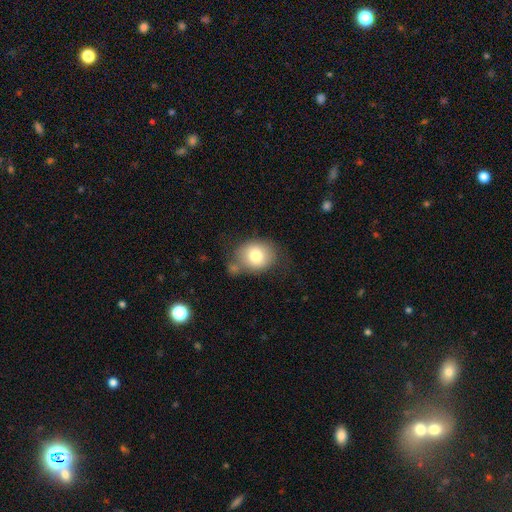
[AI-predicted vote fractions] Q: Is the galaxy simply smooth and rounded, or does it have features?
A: smooth — 78%.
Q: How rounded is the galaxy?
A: round — 63%.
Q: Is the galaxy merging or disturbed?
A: none — 59%.